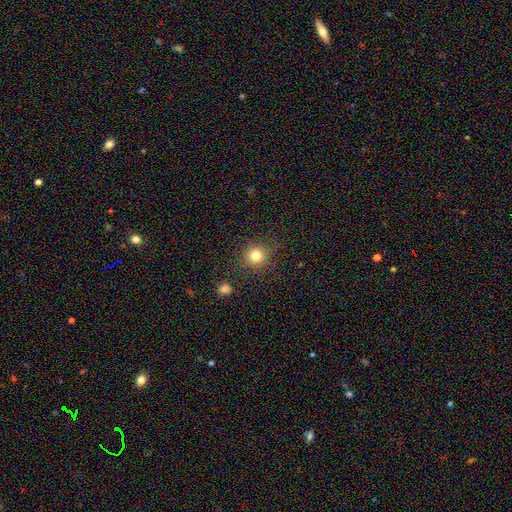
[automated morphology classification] This is clearly a smooth galaxy (80%). How rounded: clearly round (89%). Merging: clearly none (85%).